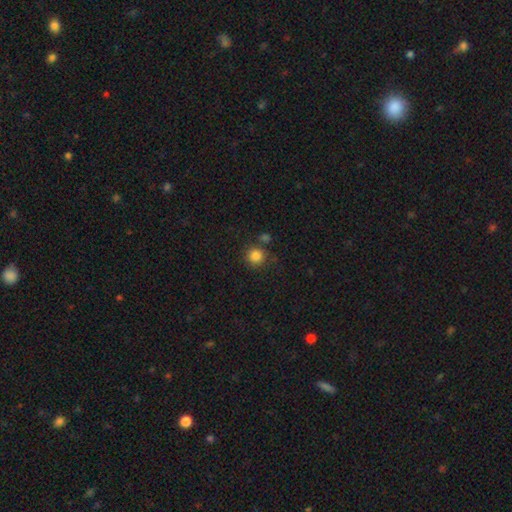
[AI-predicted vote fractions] smooth_or_featured: smooth (p=0.84) [alt: star or artifact p=0.11]
how_rounded: round (p=0.92) [alt: in between p=0.07]
merging: none (p=0.77) [alt: minor disturbance p=0.10]